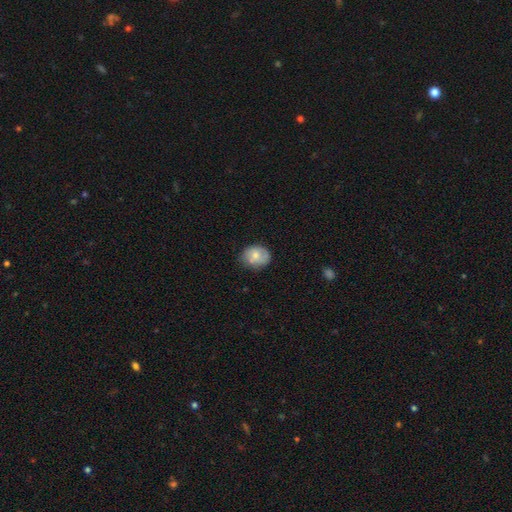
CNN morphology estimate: smooth-or-featured: smooth: 70% | featured or disk: 23% | star or artifact: 8%
  how-rounded: round: 52% | in between: 47% | cigar-shaped: 1%
  merging: none: 67% | minor disturbance: 24% | major disturbance: 5% | merger: 4%